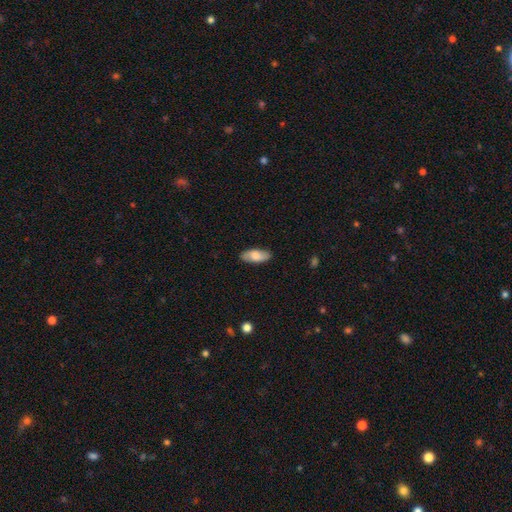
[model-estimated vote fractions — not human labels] Smooth or featured?
  - smooth: 75% *
  - featured or disk: 19%
  - star or artifact: 6%
How rounded?
  - in between: 85% *
  - cigar-shaped: 12%
  - round: 2%
Merging?
  - none: 87% *
  - minor disturbance: 10%
  - major disturbance: 2%
  - merger: 1%